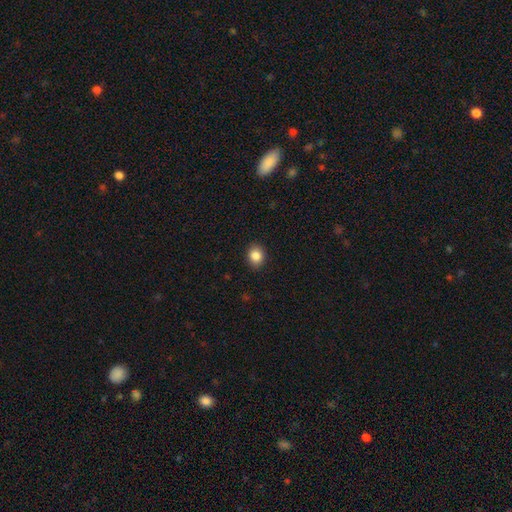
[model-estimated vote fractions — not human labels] This is clearly a smooth galaxy (86%). How rounded: possibly round (57%). Merging: clearly none (91%).